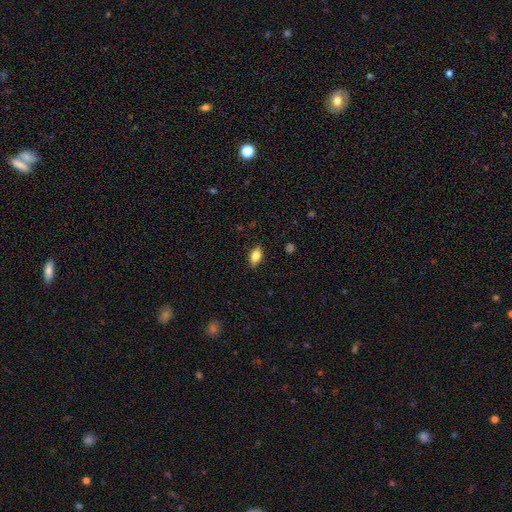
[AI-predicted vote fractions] A smooth galaxy with no disk features (79%) that is in between round and cigar-shaped (86%).

Vote fractions:
- Smooth or featured? smooth: 79% / featured or disk: 13% / star or artifact: 8%
- How rounded? in between: 86% / round: 8% / cigar-shaped: 5%
- Merging? none: 86% / minor disturbance: 11% / major disturbance: 2% / merger: 1%